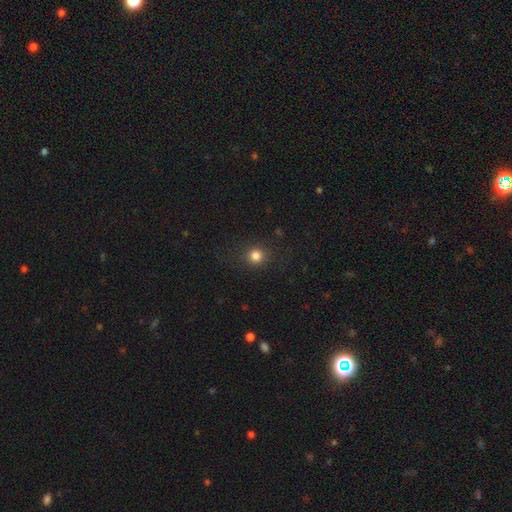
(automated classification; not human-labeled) This appears to be a smooth galaxy with no disk features (82%) that is round (89%). Merging: none (87%).